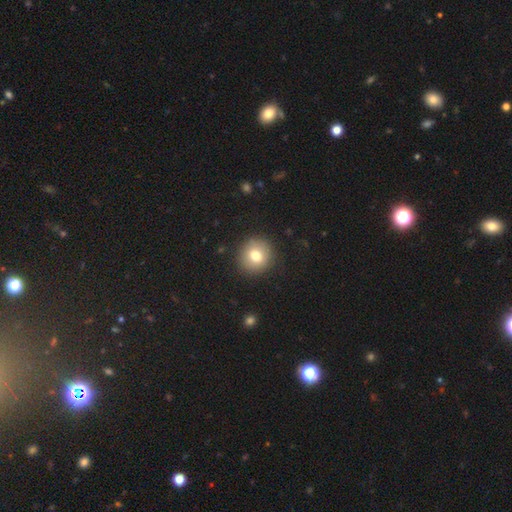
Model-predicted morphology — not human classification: Smooth or featured? Predicted: smooth (p=0.77). How rounded? Predicted: round (p=0.89). Merging? Predicted: none (p=0.89).